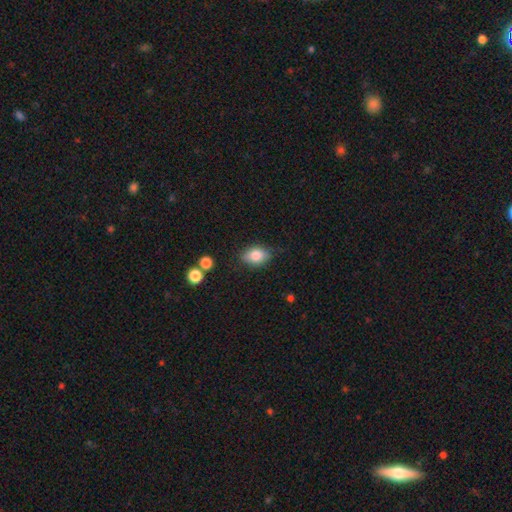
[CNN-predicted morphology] smooth_or_featured: smooth (p=0.80) [alt: featured or disk p=0.12]
how_rounded: in between (p=0.79) [alt: round p=0.18]
merging: none (p=0.74) [alt: minor disturbance p=0.20]